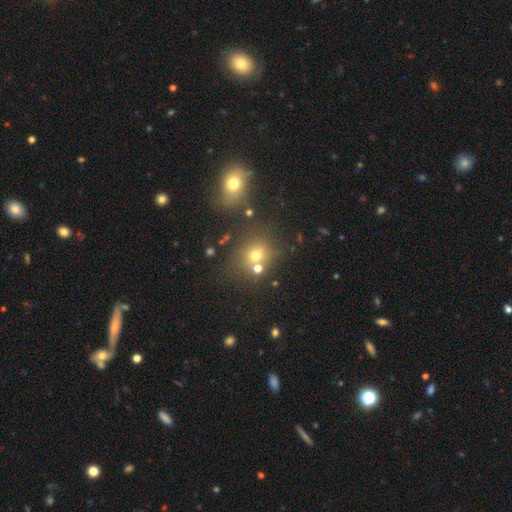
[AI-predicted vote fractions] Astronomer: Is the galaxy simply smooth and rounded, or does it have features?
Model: smooth — 66%.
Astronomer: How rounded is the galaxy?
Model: round — 80%.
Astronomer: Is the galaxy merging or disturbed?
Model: none — 61%.